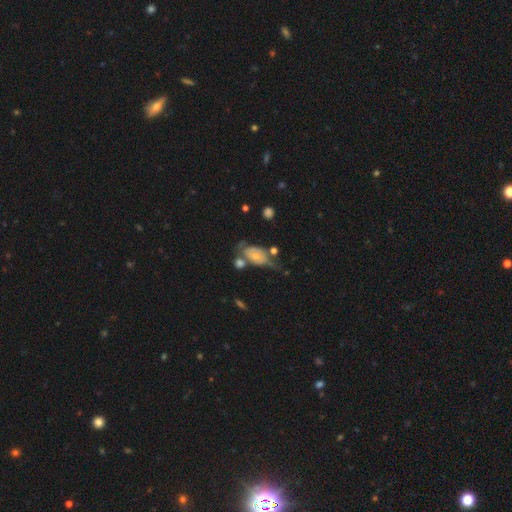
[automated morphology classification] A featured or disk galaxy (58%) with no bar (77%), spiral arms (65%) and a small central bulge (54%).

Vote fractions:
- Smooth or featured? featured or disk: 58% / smooth: 35% / star or artifact: 7%
- Edge-on disk? no: 90% / yes: 10%
- Bar? no: 77% / weak: 18% / strong: 5%
- Spiral arms? yes: 65% / no: 35%
- Bulge size? small: 54% / moderate: 38% / none: 3% / large: 3% / dominant: 1%
- Merging? none: 31% / minor disturbance: 26% / major disturbance: 22% / merger: 21%